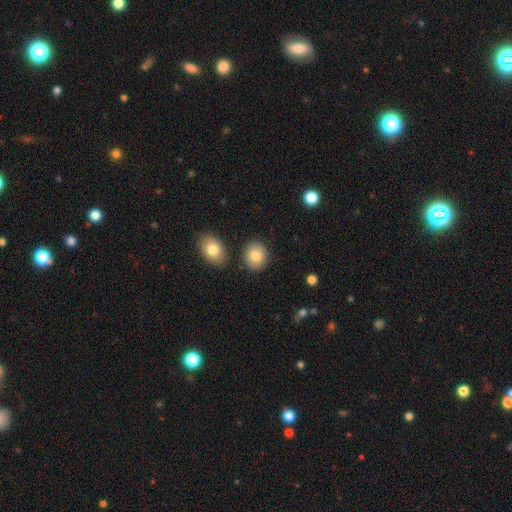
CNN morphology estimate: This appears to be a smooth galaxy with no disk features (83%) that is round (58%). Merging: none (82%).